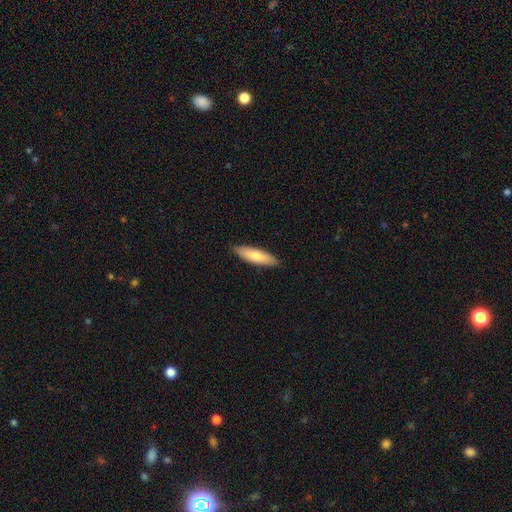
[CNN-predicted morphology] Overall: smooth (73%). How rounded: cigar-shaped (65%; in between 34%). Merging: none (89%).